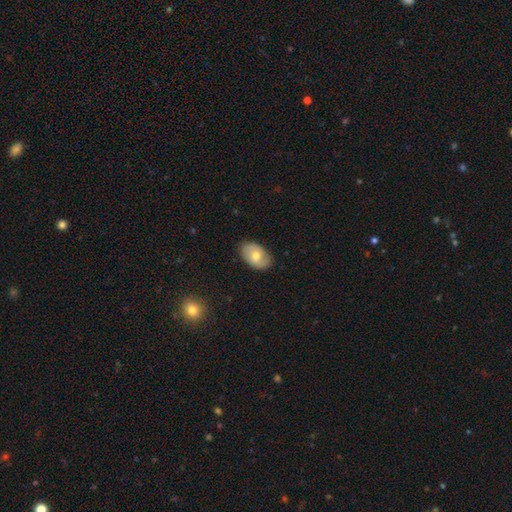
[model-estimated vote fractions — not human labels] Overall: smooth (58%; featured or disk 35%). How rounded: in between (87%). Merging: none (84%).